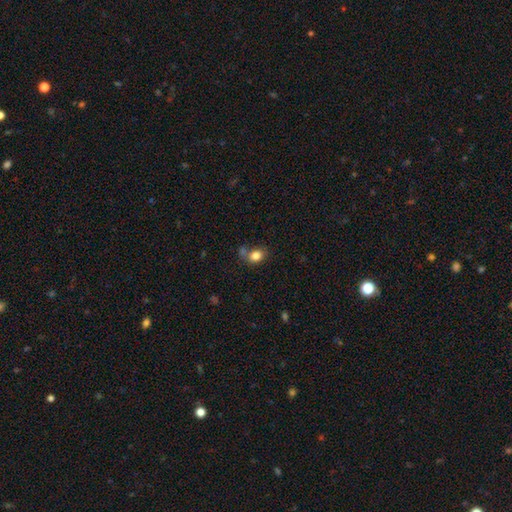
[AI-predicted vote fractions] Morphology: type=smooth (82%); roundness=in between (56%); merging=none (55%).